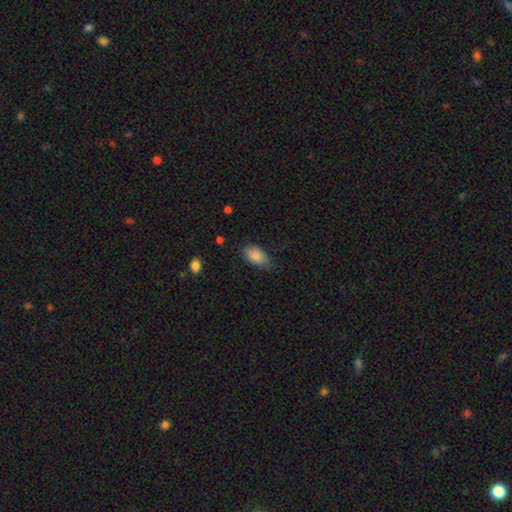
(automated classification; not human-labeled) smooth_or_featured: smooth (p=0.88) [alt: star or artifact p=0.07]
how_rounded: in between (p=0.92) [alt: round p=0.05]
merging: none (p=0.67) [alt: minor disturbance p=0.26]